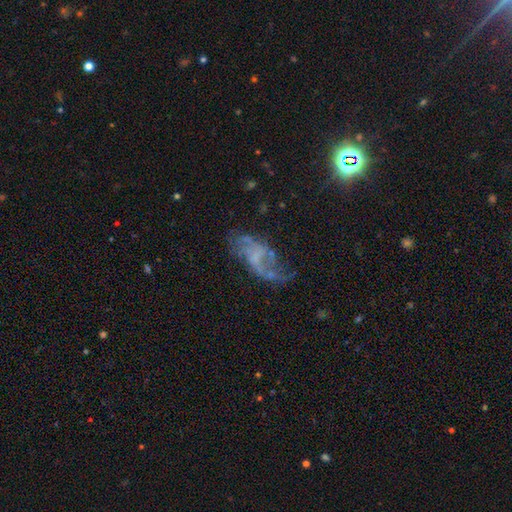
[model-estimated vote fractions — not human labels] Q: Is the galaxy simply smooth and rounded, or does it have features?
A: featured or disk — 69%.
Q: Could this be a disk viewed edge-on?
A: no — 96%.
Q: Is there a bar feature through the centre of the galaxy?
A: no — 54%.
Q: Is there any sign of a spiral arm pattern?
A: yes — 72%.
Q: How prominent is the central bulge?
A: none — 67%.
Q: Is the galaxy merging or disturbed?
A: none — 45%.